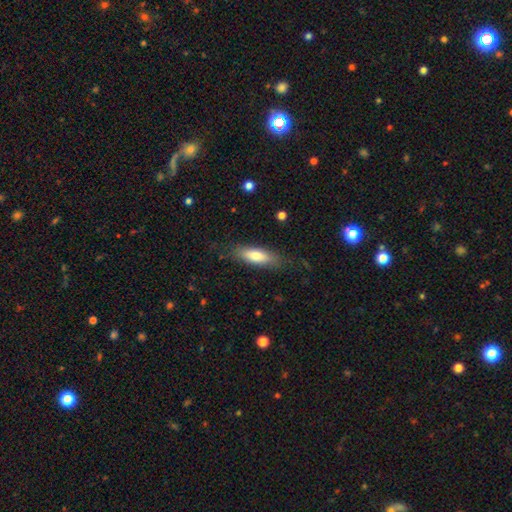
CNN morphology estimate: The model was most divided on "how rounded": in between: 56%, cigar-shaped: 42%, round: 2%. More confident: merging — none (78%); smooth or featured — smooth (77%).